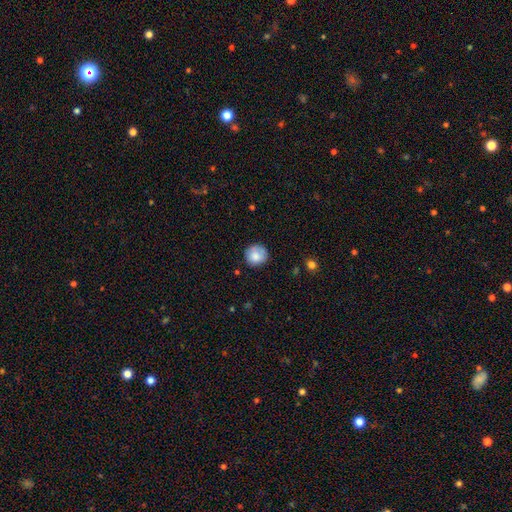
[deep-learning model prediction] smooth-or-featured: smooth: 80% | featured or disk: 11% | star or artifact: 8%
  how-rounded: round: 89% | in between: 10% | cigar-shaped: 1%
  merging: none: 76% | minor disturbance: 18% | major disturbance: 4% | merger: 2%